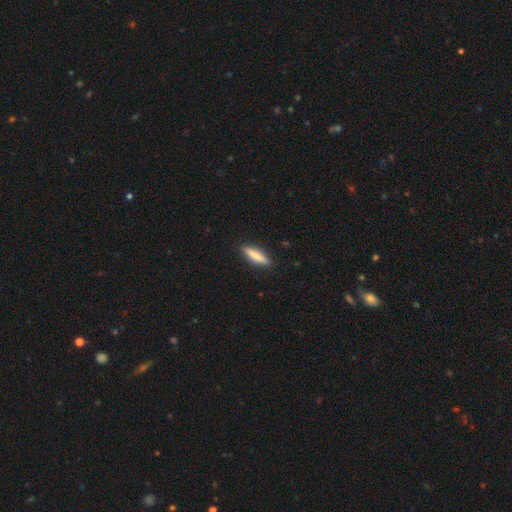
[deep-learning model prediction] smooth_or_featured: smooth (p=0.80) [alt: featured or disk p=0.14]
how_rounded: cigar-shaped (p=0.77) [alt: in between p=0.21]
merging: none (p=0.90) [alt: minor disturbance p=0.07]